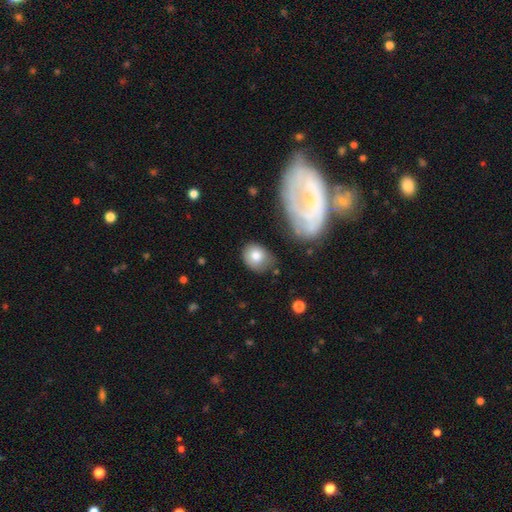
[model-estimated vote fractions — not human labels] The model was most divided on "how rounded": round: 58%, in between: 41%, cigar-shaped: 1%. More confident: smooth or featured — smooth (77%); merging — none (63%).